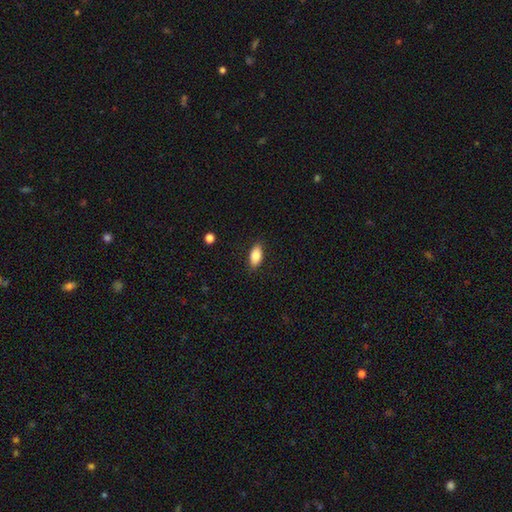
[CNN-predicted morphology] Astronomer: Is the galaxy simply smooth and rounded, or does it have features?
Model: smooth — 84%.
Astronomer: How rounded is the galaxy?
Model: in between — 90%.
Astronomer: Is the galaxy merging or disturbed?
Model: none — 86%.